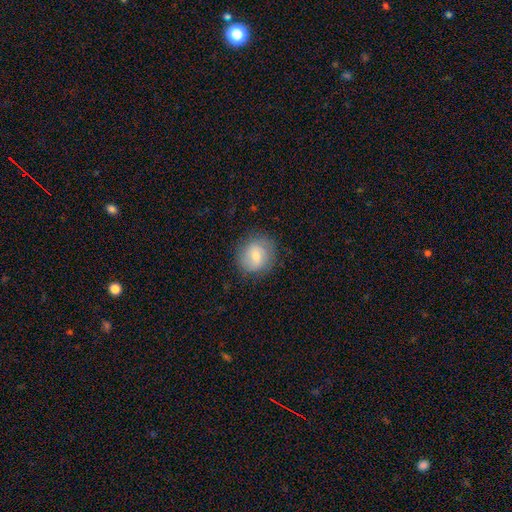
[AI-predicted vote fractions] Smooth or featured?
  - smooth: 66% *
  - featured or disk: 27%
  - star or artifact: 8%
How rounded?
  - round: 79% *
  - in between: 20%
  - cigar-shaped: 1%
Merging?
  - none: 81% *
  - minor disturbance: 13%
  - major disturbance: 5%
  - merger: 1%